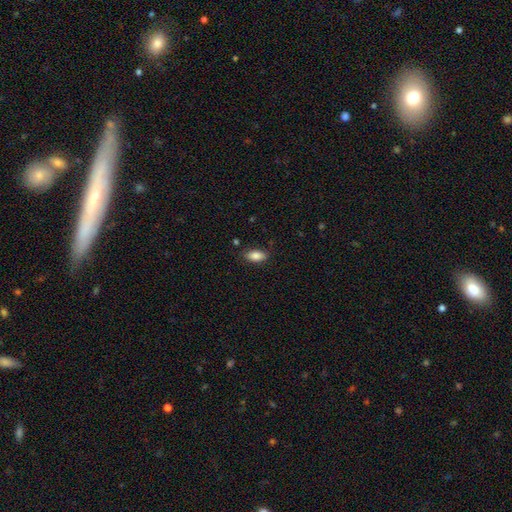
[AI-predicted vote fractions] This appears to be a smooth galaxy with no disk features (86%) that is in between round and cigar-shaped (90%). Merging: none (82%).